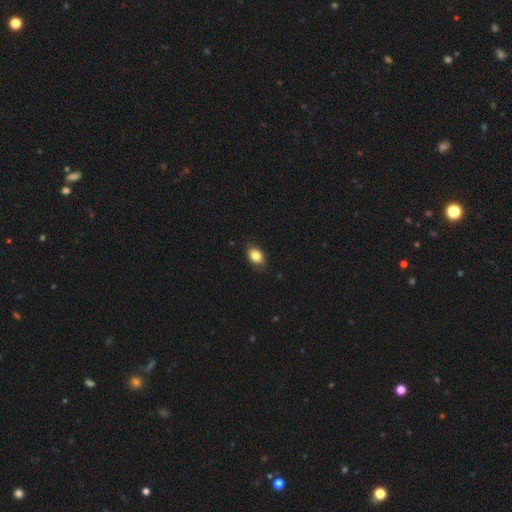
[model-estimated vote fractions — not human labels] Smooth or featured? Predicted: smooth (p=0.84). How rounded? Predicted: in between (p=0.82). Merging? Predicted: none (p=0.85).